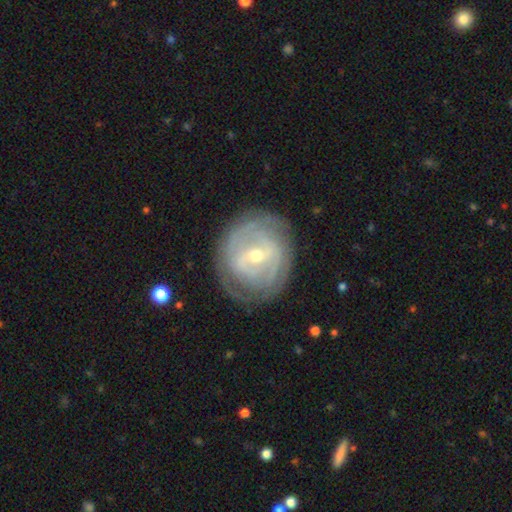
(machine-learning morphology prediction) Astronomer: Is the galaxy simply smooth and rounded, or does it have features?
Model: featured or disk — 79%.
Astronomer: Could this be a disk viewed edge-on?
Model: no — 96%.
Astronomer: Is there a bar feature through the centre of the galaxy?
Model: weak — 47% (runner-up: strong, 32%).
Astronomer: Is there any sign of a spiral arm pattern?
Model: yes — 77%.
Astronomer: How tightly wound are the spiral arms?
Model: tight — 70%.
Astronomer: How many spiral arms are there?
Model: can't tell — 48% (runner-up: 2, 27%).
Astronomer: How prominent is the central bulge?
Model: small — 50% (runner-up: moderate, 47%).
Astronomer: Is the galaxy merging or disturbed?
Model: none — 78%.